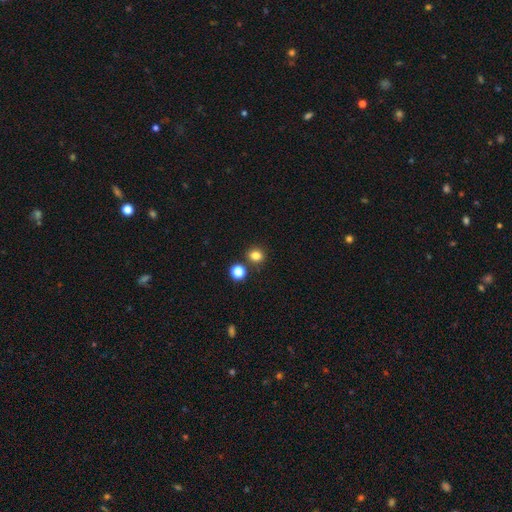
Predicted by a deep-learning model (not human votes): smooth_or_featured: smooth (p=0.81) [alt: star or artifact p=0.14]
how_rounded: round (p=0.79) [alt: in between p=0.21]
merging: none (p=0.83) [alt: minor disturbance p=0.08]